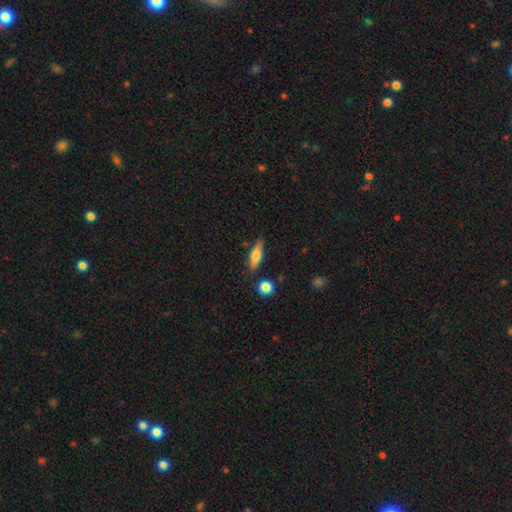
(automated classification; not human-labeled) Smooth or featured?
  - smooth: 65% *
  - featured or disk: 28%
  - star or artifact: 7%
How rounded?
  - in between: 49% *
  - cigar-shaped: 48%
  - round: 3%
Merging?
  - none: 78% *
  - minor disturbance: 15%
  - merger: 4%
  - major disturbance: 3%